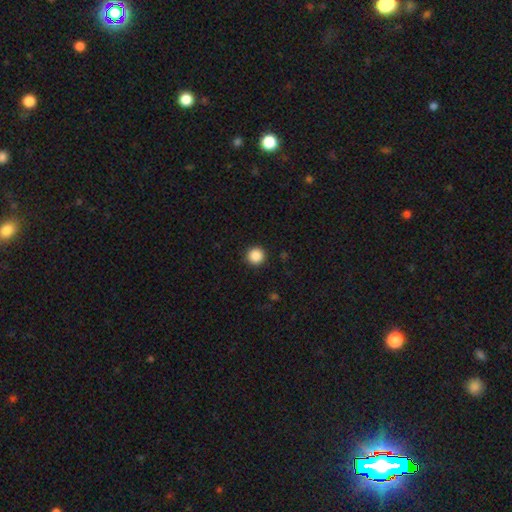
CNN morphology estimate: Q: Smooth or featured?
A: smooth (88%); runner-up: star or artifact (9%)
Q: How rounded?
A: round (96%); runner-up: in between (3%)
Q: Merging?
A: none (92%); runner-up: minor disturbance (5%)